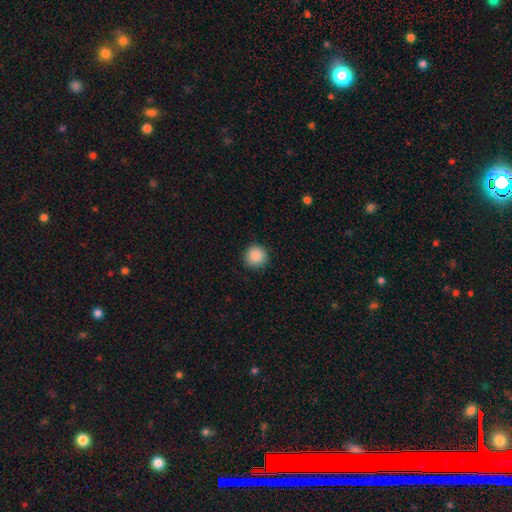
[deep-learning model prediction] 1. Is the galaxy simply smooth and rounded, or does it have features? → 88% smooth, 9% star or artifact, 3% featured or disk.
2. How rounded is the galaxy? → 94% round, 5% in between, 1% cigar-shaped.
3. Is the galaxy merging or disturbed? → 89% none, 8% minor disturbance, 2% major disturbance, 1% merger.